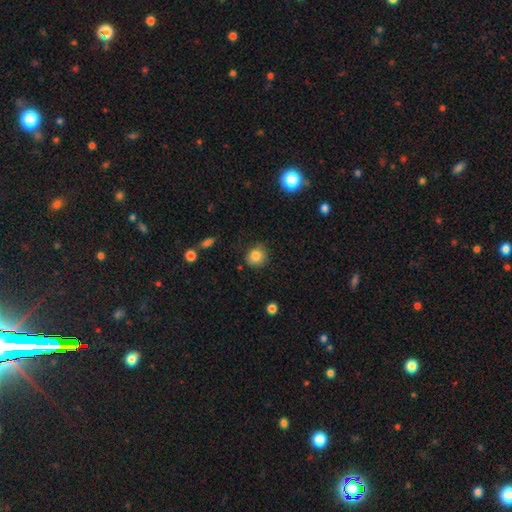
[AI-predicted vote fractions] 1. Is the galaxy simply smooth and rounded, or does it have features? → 84% smooth, 10% star or artifact, 6% featured or disk.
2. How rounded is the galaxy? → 88% round, 11% in between, 1% cigar-shaped.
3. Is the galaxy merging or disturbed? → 83% none, 12% minor disturbance, 3% major disturbance, 2% merger.